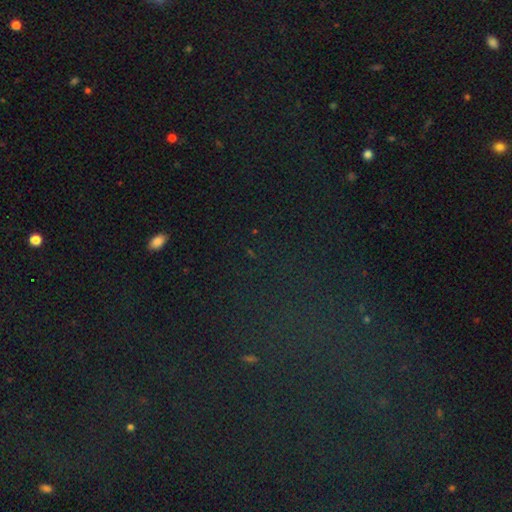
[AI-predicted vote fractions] Morphology: type=star or artifact (79%).